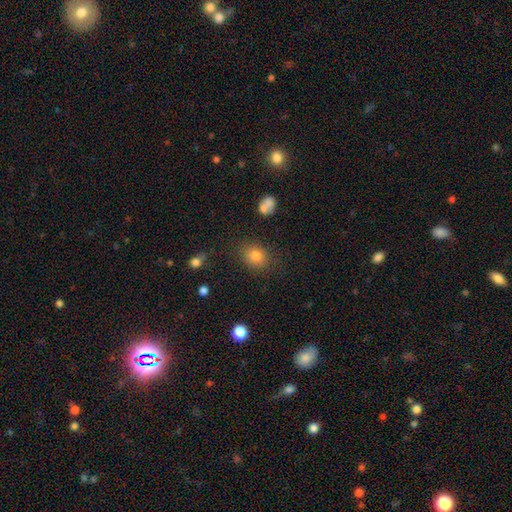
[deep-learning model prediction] This is likely a smooth galaxy (79%). How rounded: likely round (63%). Merging: clearly none (82%).